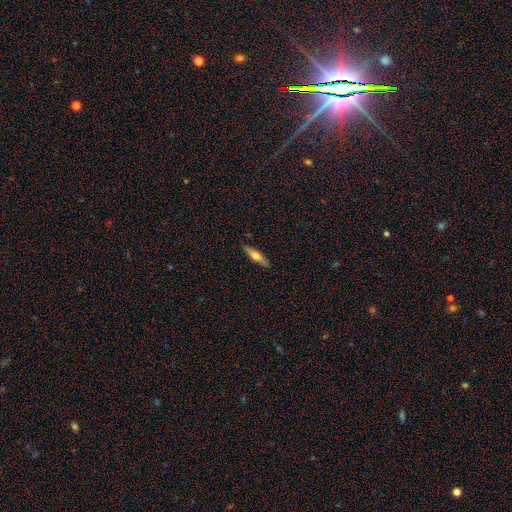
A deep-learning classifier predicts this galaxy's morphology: smooth_or_featured: smooth (p=0.47) [tied with: featured or disk p=0.47]
merging: none (p=0.88) [alt: minor disturbance p=0.09]